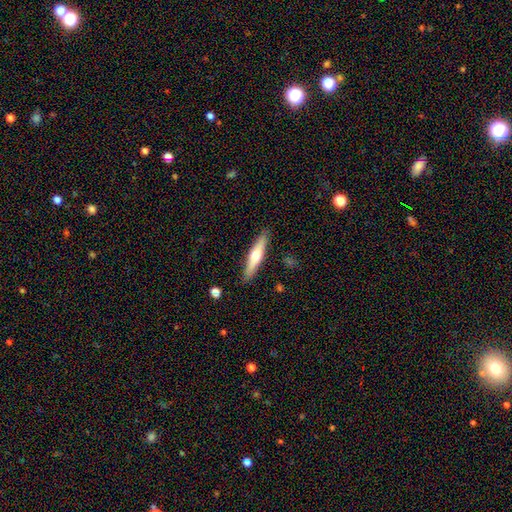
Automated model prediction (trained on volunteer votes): smooth-or-featured: featured or disk: 51% | smooth: 43% | star or artifact: 5%
  disk-edge-on: yes: 94% | no: 6%
  merging: none: 90% | minor disturbance: 7% | major disturbance: 2% | merger: 1%